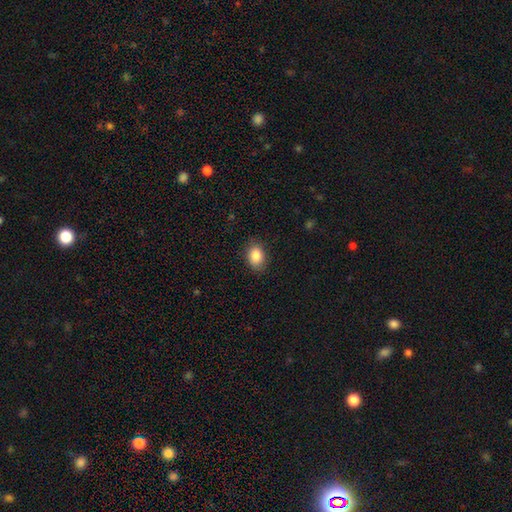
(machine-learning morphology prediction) Smooth or featured? smooth (86%)
How rounded? in between (73%)
Merging? none (86%)